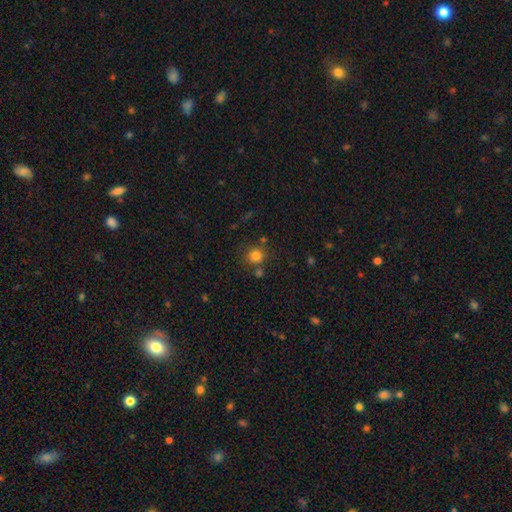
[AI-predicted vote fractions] smooth 81%, star or artifact 13%, featured or disk 6%. Down the decision tree: how rounded — round (89%); merging — none (75%).